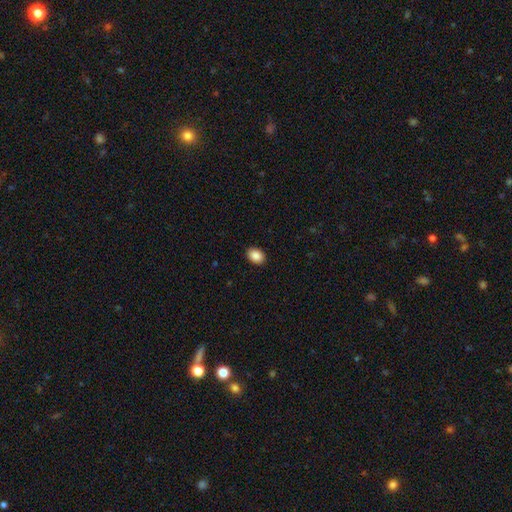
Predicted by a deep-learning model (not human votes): A smooth galaxy with no disk features (89%) that is in between round and cigar-shaped (72%). Merging: none (91%).